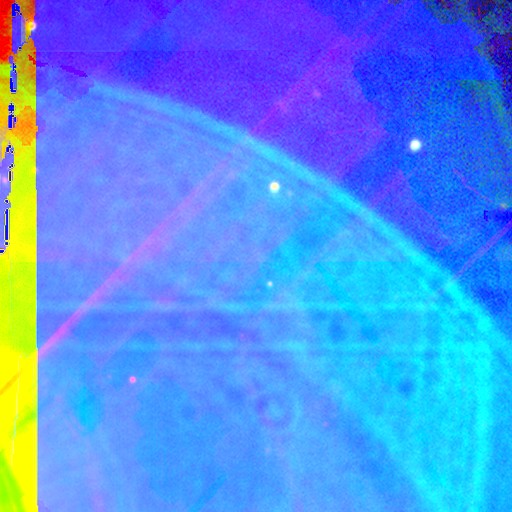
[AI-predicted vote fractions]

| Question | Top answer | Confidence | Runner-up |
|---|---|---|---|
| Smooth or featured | star or artifact | 86% | featured or disk (8%) |